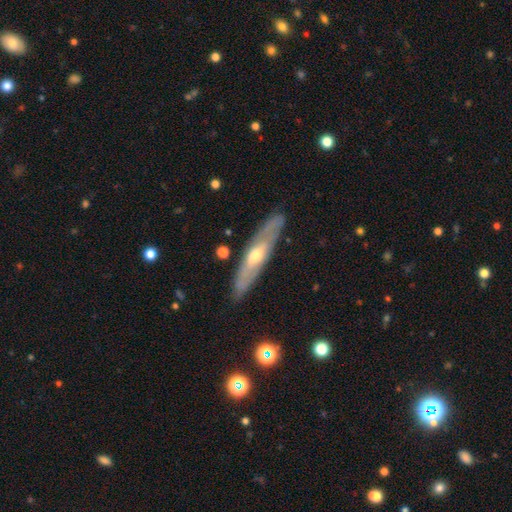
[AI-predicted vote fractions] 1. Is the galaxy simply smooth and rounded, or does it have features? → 66% featured or disk, 28% smooth, 6% star or artifact.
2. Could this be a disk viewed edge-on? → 63% yes, 37% no.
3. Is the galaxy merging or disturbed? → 86% none, 10% minor disturbance, 2% major disturbance, 1% merger.